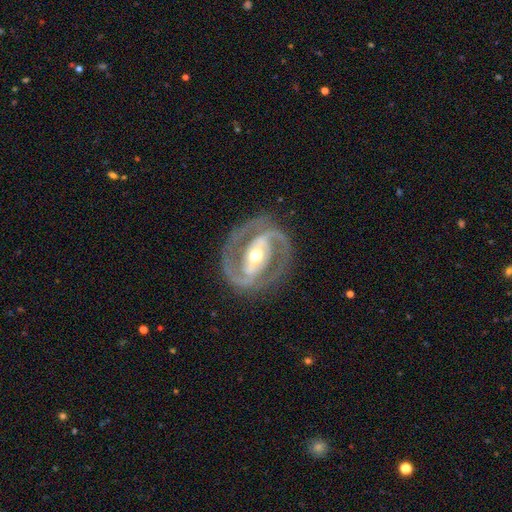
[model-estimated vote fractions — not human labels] featured or disk 91%, smooth 5%, star or artifact 4%. Down the decision tree: edge-on disk — no (97%); bar — strong (52%); spiral arms — yes (95%); spiral arm count — 2 (91%); spiral winding — medium (50%); bulge size — moderate (68%); merging — none (82%).